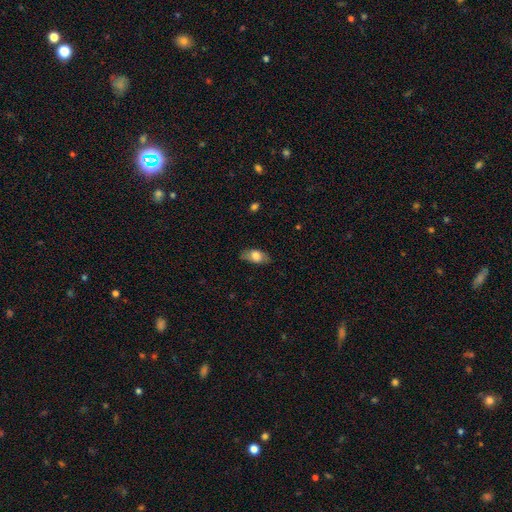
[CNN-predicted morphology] smooth 73%, featured or disk 20%, star or artifact 7%. Down the decision tree: how rounded — in between (90%); merging — none (78%).